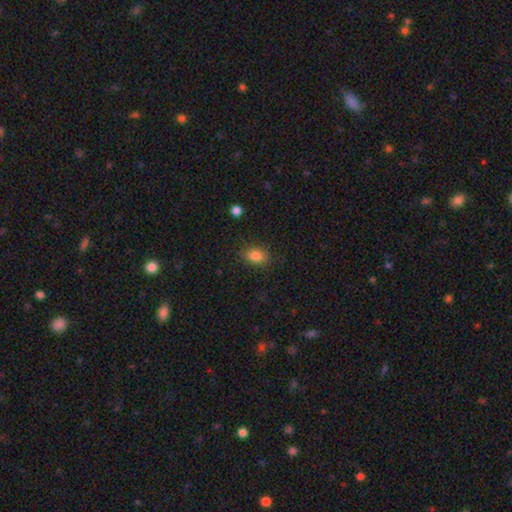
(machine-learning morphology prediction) Smooth or featured?
  - smooth: 83% *
  - star or artifact: 10%
  - featured or disk: 6%
How rounded?
  - in between: 73% *
  - round: 26%
  - cigar-shaped: 2%
Merging?
  - none: 83% *
  - minor disturbance: 12%
  - major disturbance: 3%
  - merger: 1%